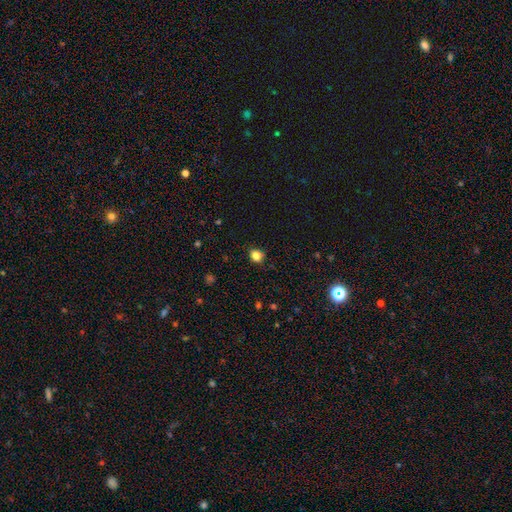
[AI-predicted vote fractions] Smooth or featured? Predicted: smooth (p=0.83). How rounded? Predicted: round (p=0.67). Merging? Predicted: none (p=0.86).